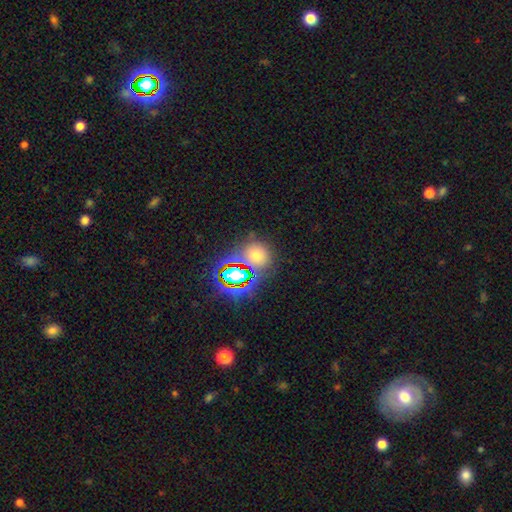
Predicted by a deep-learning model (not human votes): Smooth or featured: smooth — 50% (star or artifact — 41%)
Merging: none — 71% (merger — 13%)